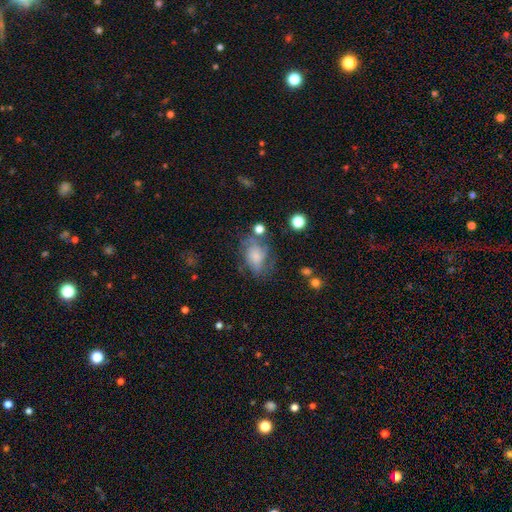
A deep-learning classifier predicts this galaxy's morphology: A featured or disk galaxy (45%). Merging: none (46%).